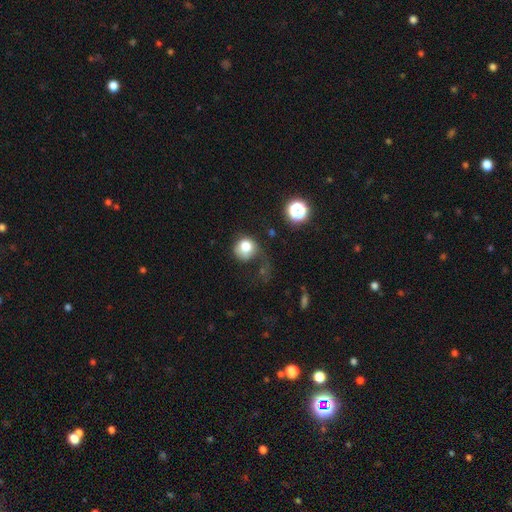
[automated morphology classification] Smooth or featured? smooth (42%)
Merging? none (63%)